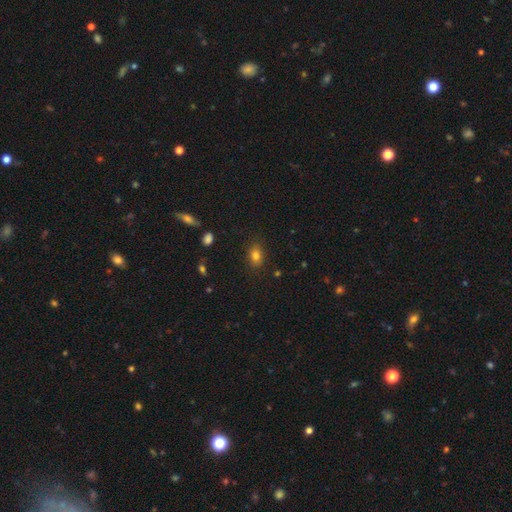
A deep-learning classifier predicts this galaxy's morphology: This is clearly a smooth galaxy (81%). How rounded: likely in between (74%). Merging: clearly none (84%).